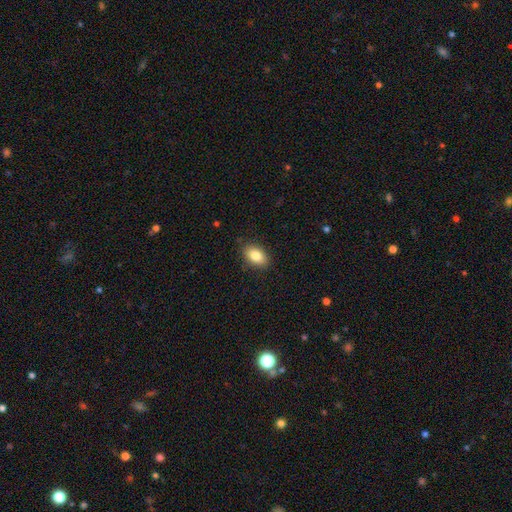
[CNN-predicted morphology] A smooth galaxy with no disk features (83%) that is in between round and cigar-shaped (88%).

Vote fractions:
- Smooth or featured? smooth: 83% / featured or disk: 9% / star or artifact: 8%
- How rounded? in between: 88% / round: 10% / cigar-shaped: 2%
- Merging? none: 86% / minor disturbance: 10% / major disturbance: 2% / merger: 1%